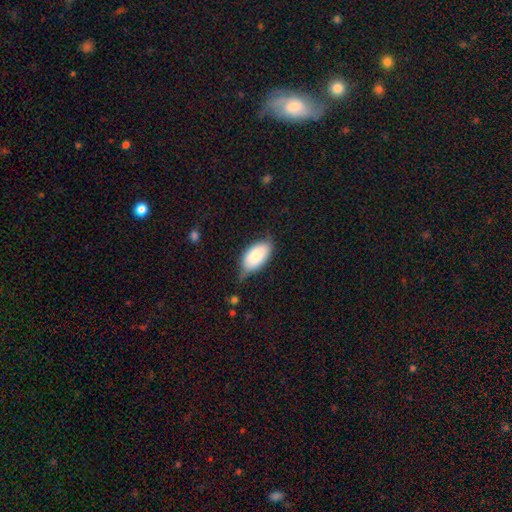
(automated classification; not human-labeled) smooth_or_featured: smooth (p=0.78) [alt: featured or disk p=0.16]
how_rounded: in between (p=0.93) [alt: cigar-shaped p=0.04]
merging: none (p=0.53) [alt: minor disturbance p=0.36]